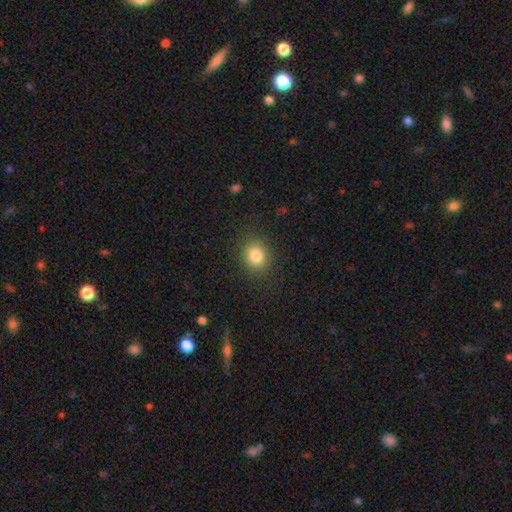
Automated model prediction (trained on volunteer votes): Smooth or featured: smooth — 83% (star or artifact — 11%)
How rounded: round — 69% (in between — 30%)
Merging: none — 87% (minor disturbance — 9%)